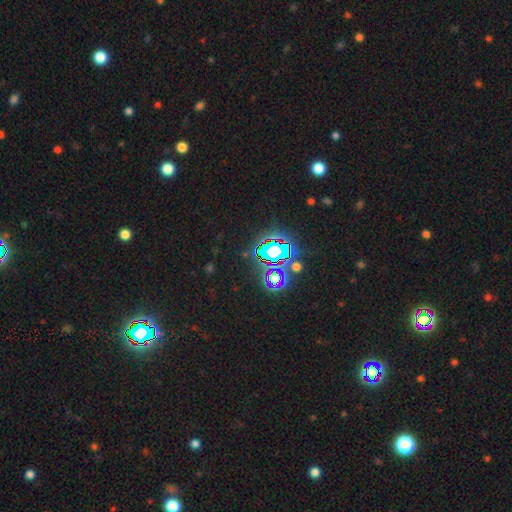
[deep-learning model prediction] A star or artifact, not a galaxy (83%).

Vote fractions:
- Smooth or featured? star or artifact: 83% / smooth: 10% / featured or disk: 7%